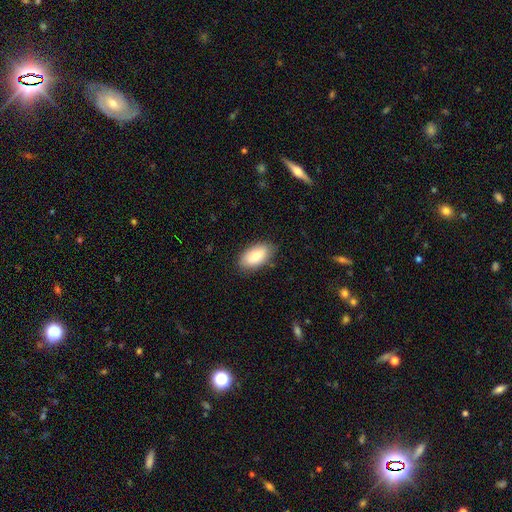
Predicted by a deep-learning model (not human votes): smooth 82%, featured or disk 12%, star or artifact 6%. Down the decision tree: how rounded — in between (94%); merging — none (83%).